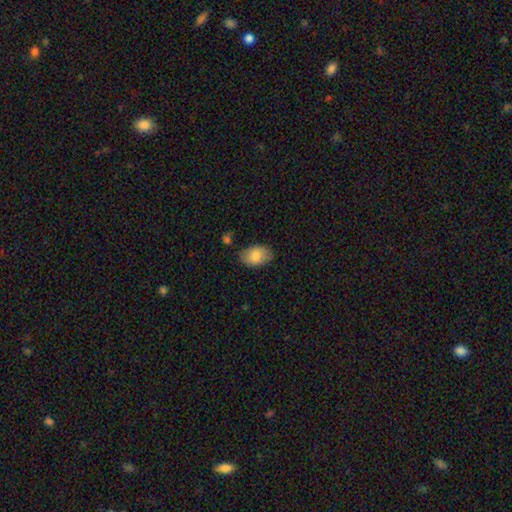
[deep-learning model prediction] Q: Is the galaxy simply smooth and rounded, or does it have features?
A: smooth — 82%.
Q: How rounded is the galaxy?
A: in between — 90%.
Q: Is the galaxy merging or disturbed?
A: none — 78%.